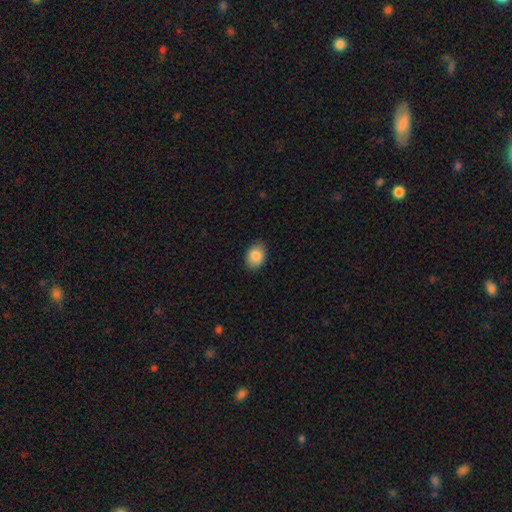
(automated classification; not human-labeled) Smooth or featured: smooth — 87% (star or artifact — 8%)
How rounded: in between — 68% (round — 31%)
Merging: none — 84% (minor disturbance — 13%)